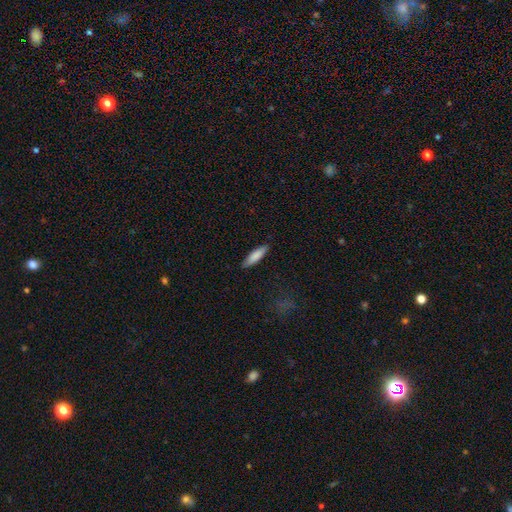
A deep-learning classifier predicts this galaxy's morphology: Smooth or featured: smooth — 83% (featured or disk — 12%)
How rounded: cigar-shaped — 67% (in between — 32%)
Merging: none — 87% (minor disturbance — 10%)